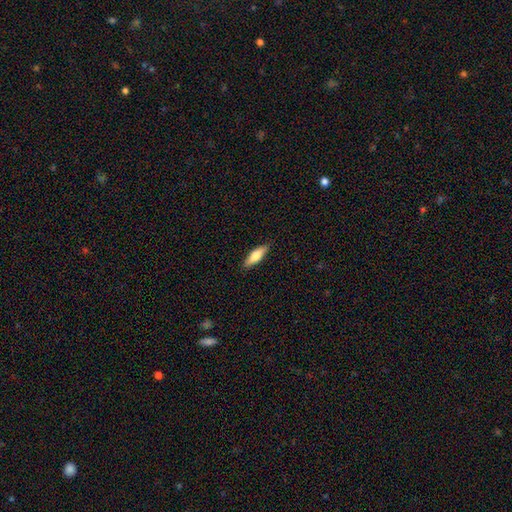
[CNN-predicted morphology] Overall: smooth (70%). How rounded: cigar-shaped (51%; in between 47%). Merging: none (88%).